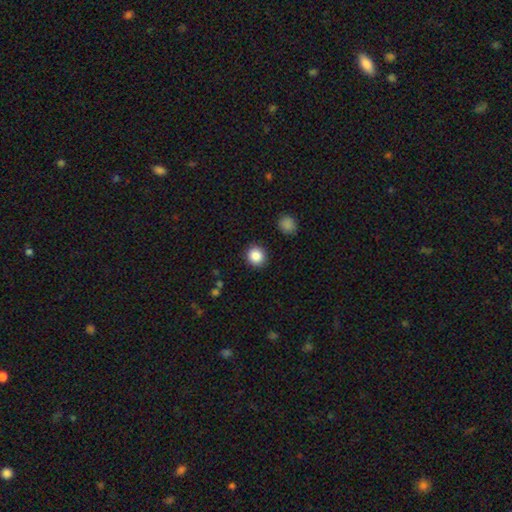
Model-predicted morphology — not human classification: Smooth or featured? Predicted: smooth (p=0.87). How rounded? Predicted: round (p=0.90). Merging? Predicted: none (p=0.90).